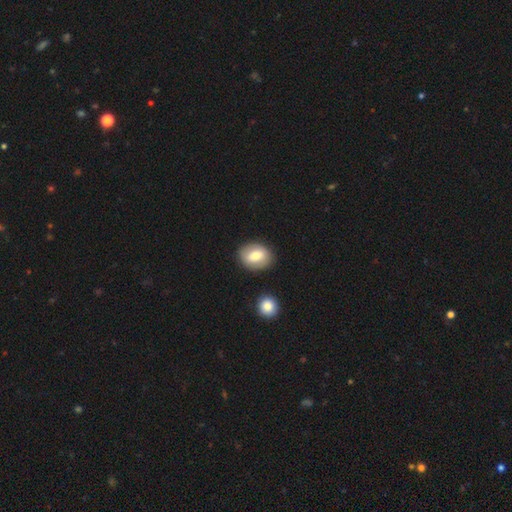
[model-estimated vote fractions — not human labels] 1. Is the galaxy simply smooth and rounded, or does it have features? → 70% smooth, 23% featured or disk, 7% star or artifact.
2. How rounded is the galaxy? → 62% in between, 37% round, 1% cigar-shaped.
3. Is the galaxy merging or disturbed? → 83% none, 10% minor disturbance, 4% merger, 3% major disturbance.